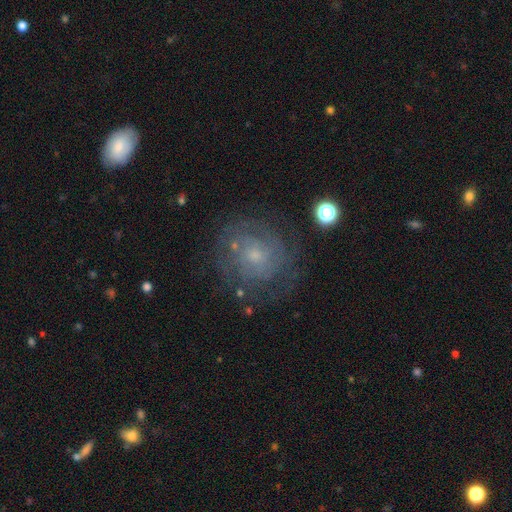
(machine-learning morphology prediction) smooth-or-featured: featured or disk: 65% | smooth: 24% | star or artifact: 11%
  disk-edge-on: no: 97% | yes: 3%
    bar: no: 77% | weak: 20% | strong: 3%
    has-spiral-arms: yes: 78% | no: 22%
    bulge-size: small: 68% | moderate: 23% | none: 6% | large: 2% | dominant: 1%
  merging: none: 71% | minor disturbance: 17% | major disturbance: 10% | merger: 2%